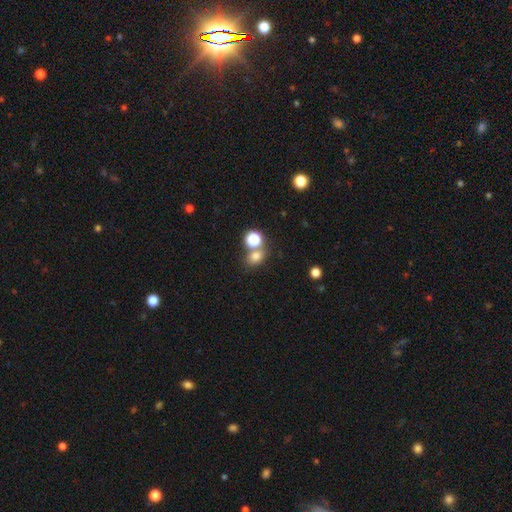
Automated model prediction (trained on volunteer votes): Smooth or featured? Predicted: smooth (p=0.74). How rounded? Predicted: round (p=0.51). Merging? Predicted: none (p=0.59).